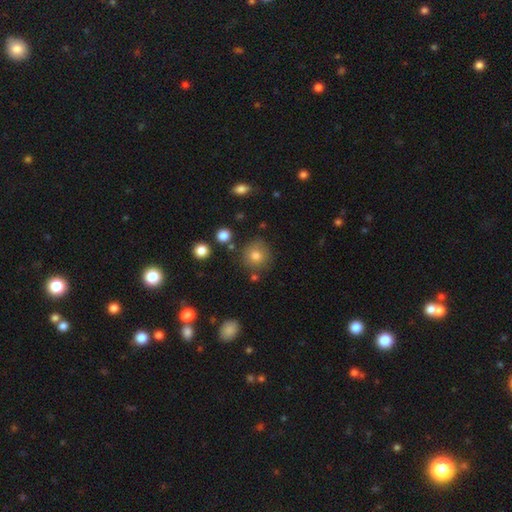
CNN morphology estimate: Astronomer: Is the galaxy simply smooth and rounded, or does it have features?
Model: smooth — 79%.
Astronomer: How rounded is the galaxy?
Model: round — 90%.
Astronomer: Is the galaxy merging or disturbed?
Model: none — 80%.